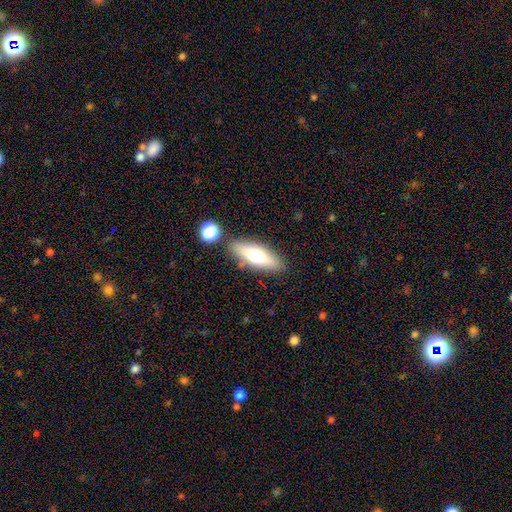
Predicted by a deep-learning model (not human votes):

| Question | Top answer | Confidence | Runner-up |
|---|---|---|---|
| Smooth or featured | smooth | 63% | featured or disk (30%) |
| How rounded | in between | 56% | cigar-shaped (41%) |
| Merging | none | 81% | minor disturbance (11%) |